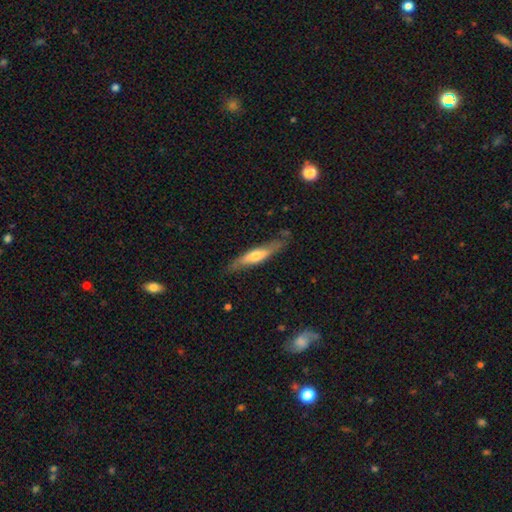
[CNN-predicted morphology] type=featured or disk (47%, tied with smooth); merging=none (77%).